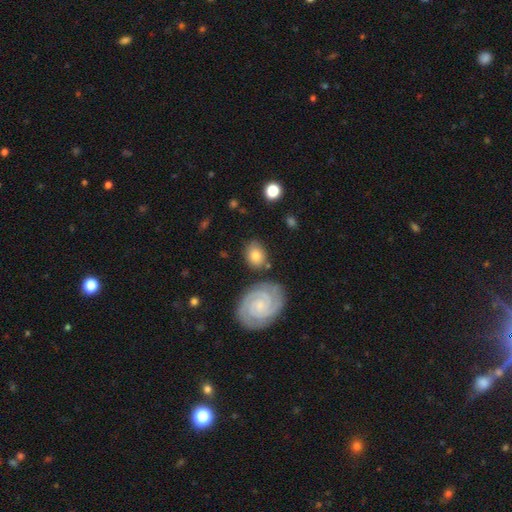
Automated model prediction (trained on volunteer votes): Smooth or featured: smooth — 62% (featured or disk — 30%)
How rounded: in between — 51% (round — 47%)
Merging: none — 76% (minor disturbance — 14%)